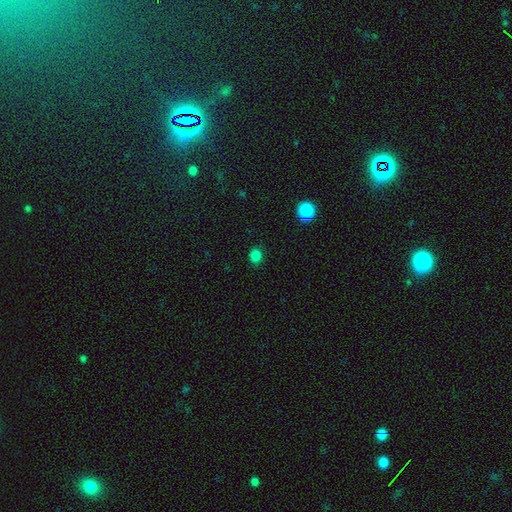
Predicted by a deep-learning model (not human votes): smooth 82%, star or artifact 15%, featured or disk 3%. Down the decision tree: how rounded — round (65%); merging — none (88%).